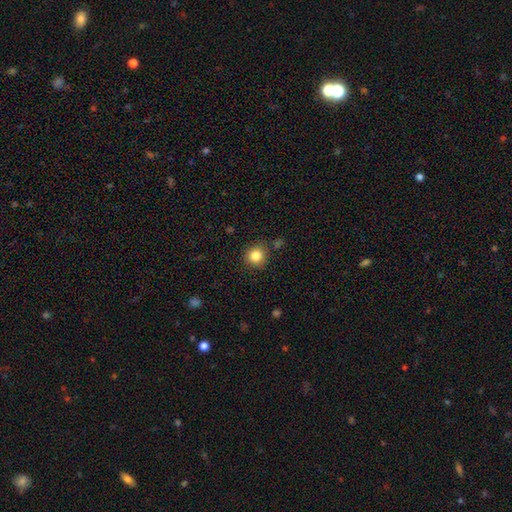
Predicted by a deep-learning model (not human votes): A smooth galaxy with no disk features (83%) that is round (91%). Merging: none (87%).